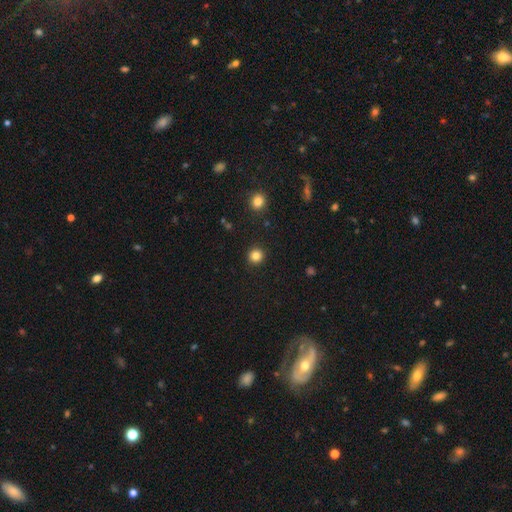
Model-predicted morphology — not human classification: This appears to be a smooth galaxy with no disk features (83%) that is round (92%). Merging: none (92%).